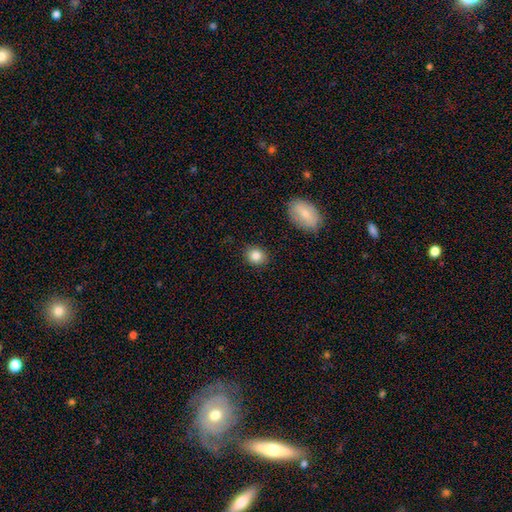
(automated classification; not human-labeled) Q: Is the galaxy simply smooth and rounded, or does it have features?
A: smooth — 84%.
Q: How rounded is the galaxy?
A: round — 67%.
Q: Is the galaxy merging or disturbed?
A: none — 88%.